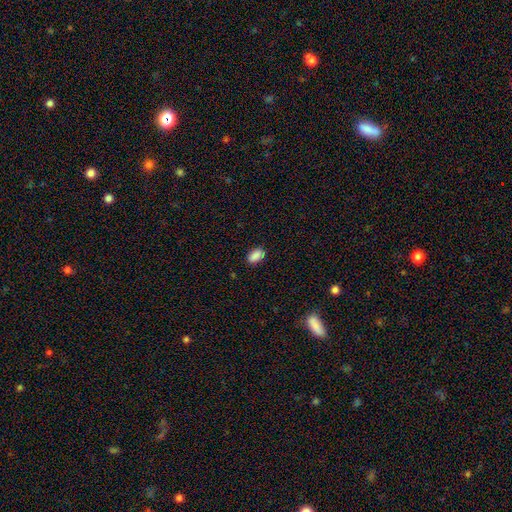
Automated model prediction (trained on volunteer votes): smooth-or-featured: smooth: 89% | star or artifact: 8% | featured or disk: 3%
  how-rounded: in between: 91% | round: 7% | cigar-shaped: 2%
  merging: none: 87% | minor disturbance: 10% | major disturbance: 2% | merger: 1%